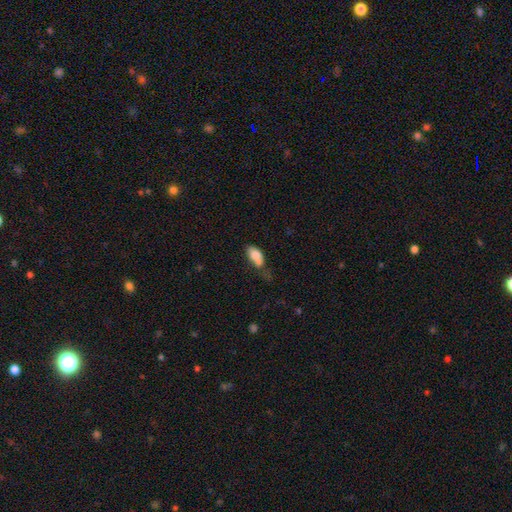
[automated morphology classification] Smooth or featured? smooth (76%)
How rounded? in between (88%)
Merging? none (31%)